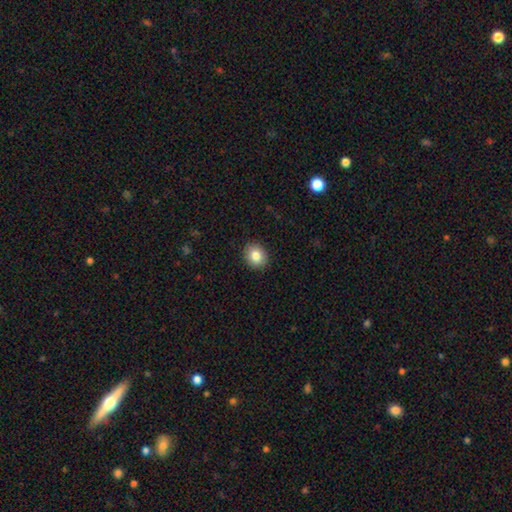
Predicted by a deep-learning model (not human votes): This is clearly a smooth galaxy (83%). How rounded: likely round (70%). Merging: clearly none (91%).